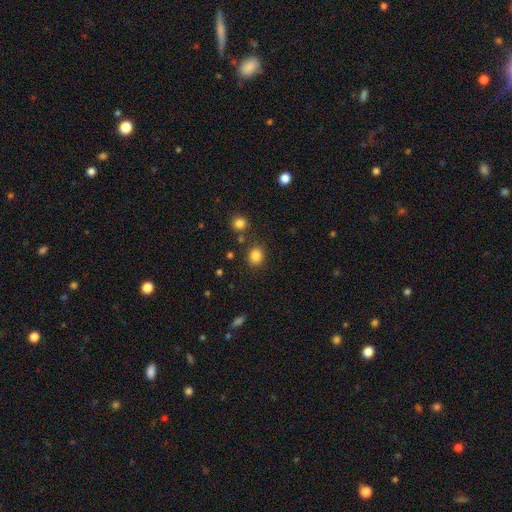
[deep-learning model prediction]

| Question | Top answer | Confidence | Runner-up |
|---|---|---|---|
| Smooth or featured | smooth | 84% | star or artifact (12%) |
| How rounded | round | 66% | in between (33%) |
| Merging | none | 82% | minor disturbance (10%) |